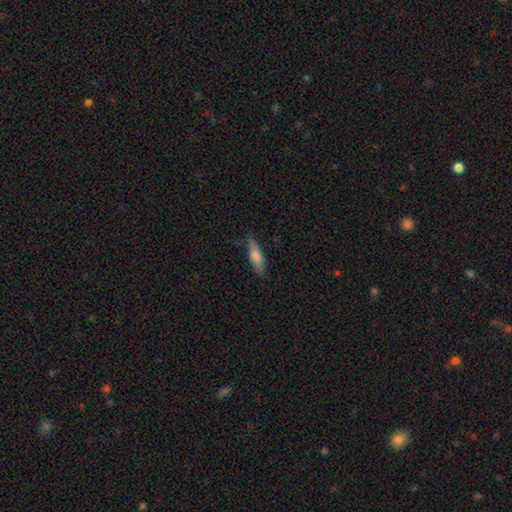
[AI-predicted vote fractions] Smooth or featured? smooth (66%)
How rounded? cigar-shaped (63%)
Merging? none (83%)